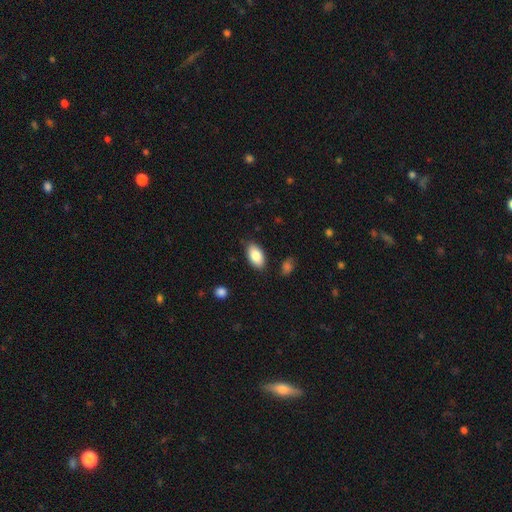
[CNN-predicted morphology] This is clearly a smooth galaxy (86%). How rounded: clearly in between (94%). Merging: clearly none (84%).